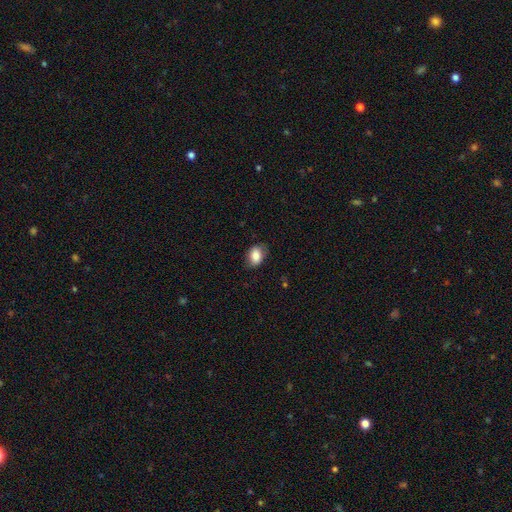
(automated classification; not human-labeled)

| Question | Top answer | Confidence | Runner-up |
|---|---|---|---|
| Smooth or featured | smooth | 83% | featured or disk (9%) |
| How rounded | in between | 79% | round (20%) |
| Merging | none | 80% | minor disturbance (16%) |